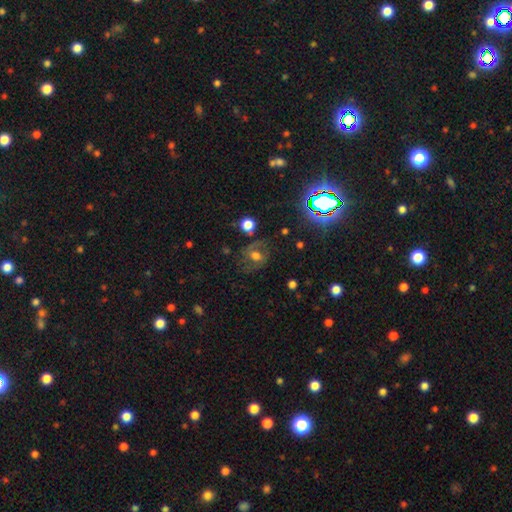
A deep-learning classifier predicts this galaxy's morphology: smooth-or-featured: featured or disk: 44% | smooth: 38% | star or artifact: 18%
  merging: none: 60% | minor disturbance: 20% | major disturbance: 16% | merger: 4%